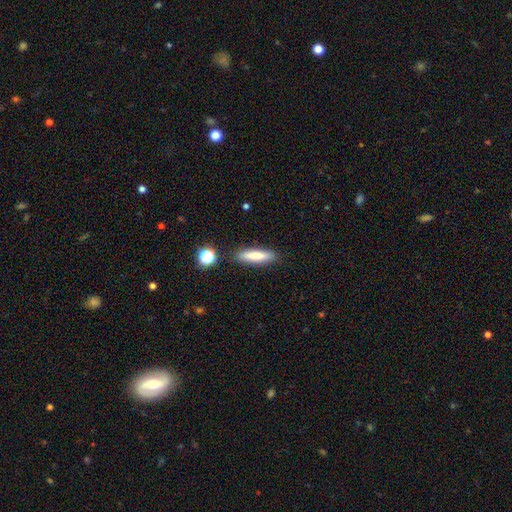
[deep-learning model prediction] A smooth galaxy with no disk features (75%) that is cigar-shaped (79%). Merging: none (86%).